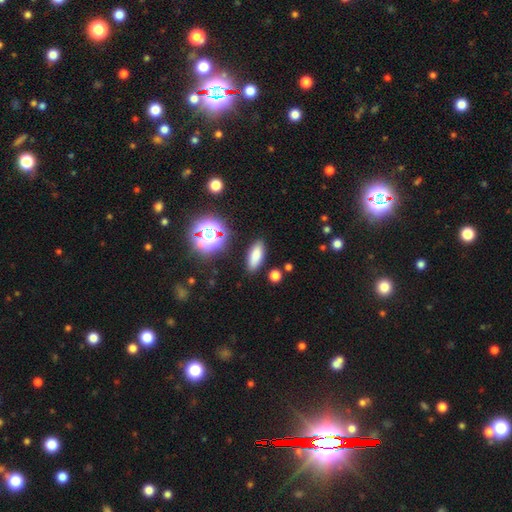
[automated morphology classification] A smooth galaxy with no disk features (77%) that is in between round and cigar-shaped (74%). Merging: none (87%).